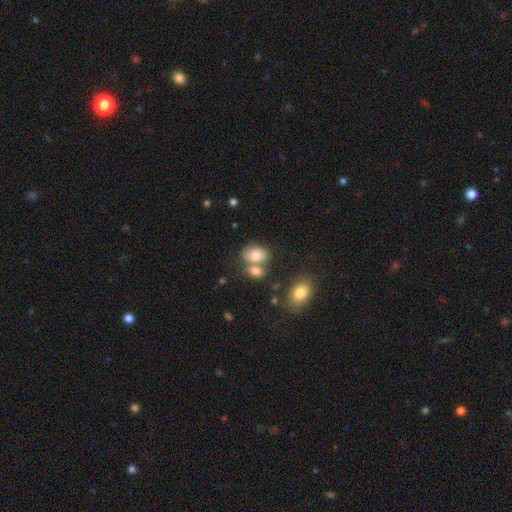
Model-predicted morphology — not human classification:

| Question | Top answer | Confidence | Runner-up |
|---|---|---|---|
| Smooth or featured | smooth | 78% | featured or disk (13%) |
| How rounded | in between | 77% | round (21%) |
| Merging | merger | 42% | none (39%) |